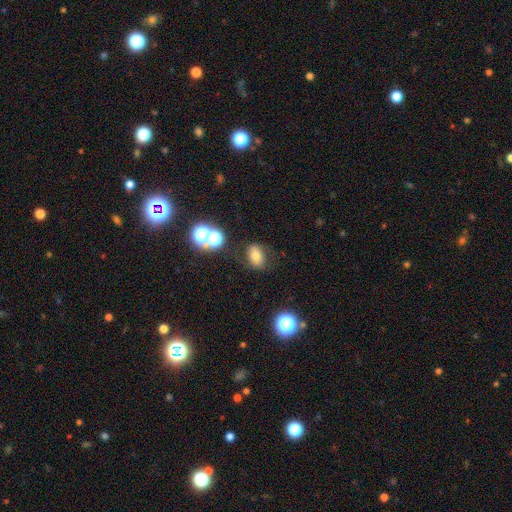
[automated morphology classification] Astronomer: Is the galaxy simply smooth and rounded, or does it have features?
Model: smooth — 65%.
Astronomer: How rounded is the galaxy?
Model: in between — 71%.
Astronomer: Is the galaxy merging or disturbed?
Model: none — 74%.